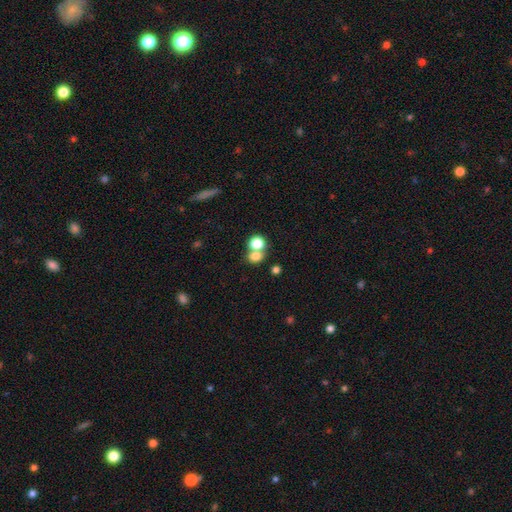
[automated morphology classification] smooth-or-featured: smooth: 78% | star or artifact: 12% | featured or disk: 10%
  how-rounded: round: 64% | in between: 35% | cigar-shaped: 1%
  merging: merger: 49% | none: 40% | minor disturbance: 7% | major disturbance: 4%